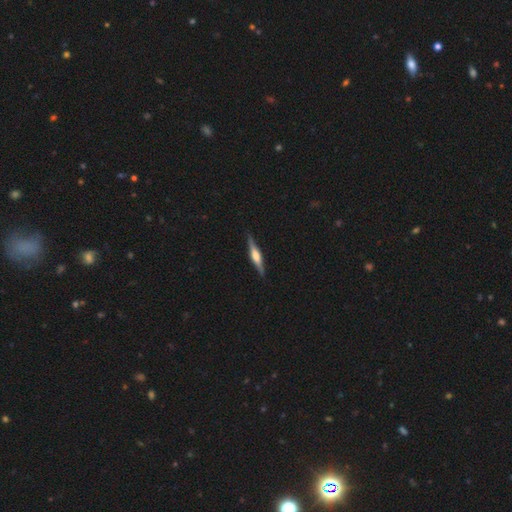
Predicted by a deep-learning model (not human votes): Smooth or featured? featured or disk (74%)
Edge-on disk? yes (98%)
Edge-on bulge? rounded (79%)
Merging? none (90%)